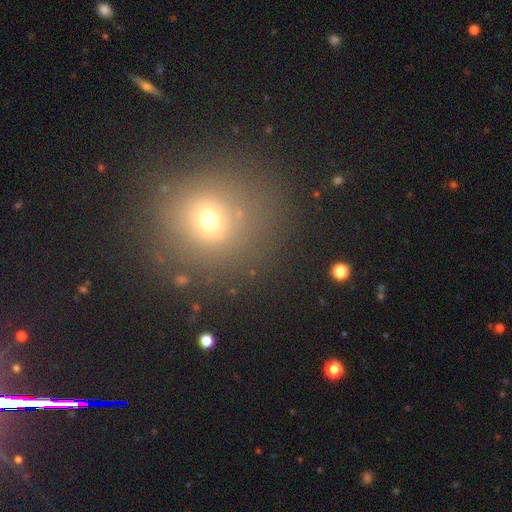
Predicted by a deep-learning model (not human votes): Q: Smooth or featured?
A: smooth (57%); runner-up: star or artifact (31%)
Q: How rounded?
A: round (88%); runner-up: in between (11%)
Q: Merging?
A: none (85%); runner-up: minor disturbance (8%)